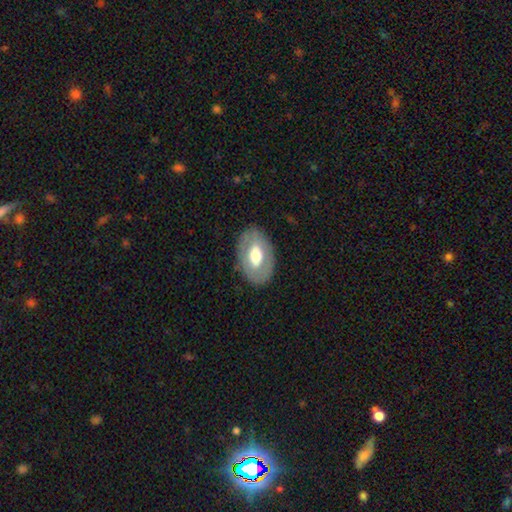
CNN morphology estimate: Q: Smooth or featured?
A: smooth (48%); runner-up: featured or disk (46%)
Q: Merging?
A: none (83%); runner-up: minor disturbance (12%)